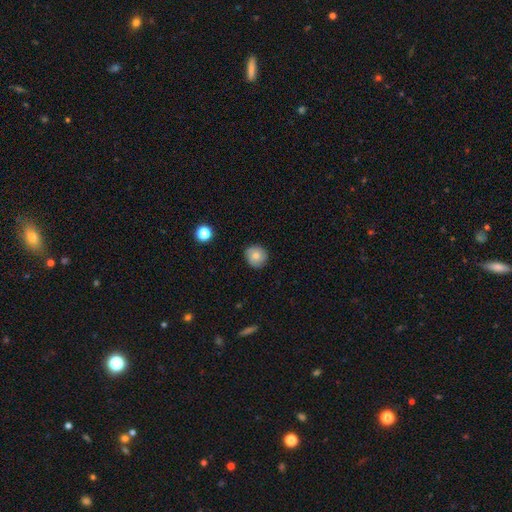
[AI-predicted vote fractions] Smooth or featured: smooth — 75% (featured or disk — 17%)
How rounded: round — 90% (in between — 9%)
Merging: none — 84% (minor disturbance — 12%)